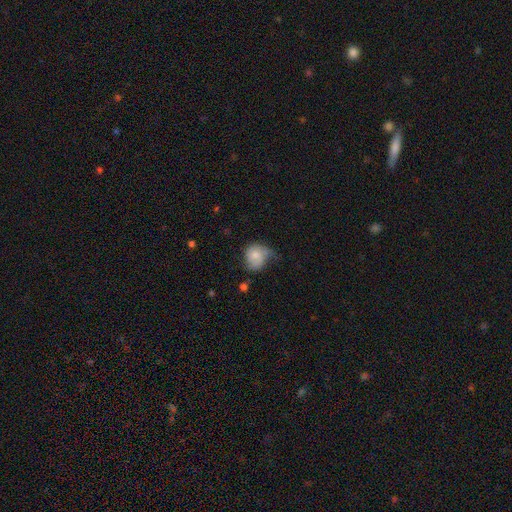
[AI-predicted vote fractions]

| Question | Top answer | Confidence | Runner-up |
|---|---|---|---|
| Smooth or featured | smooth | 69% | featured or disk (23%) |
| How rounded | round | 65% | in between (34%) |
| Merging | minor disturbance | 39% | none (30%) |